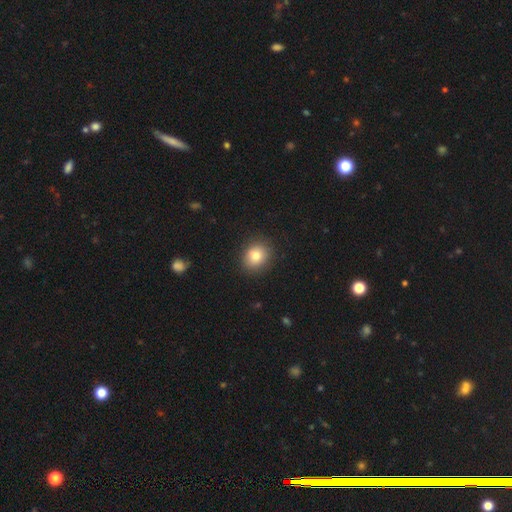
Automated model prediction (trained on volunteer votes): Smooth or featured? smooth (81%)
How rounded? round (70%)
Merging? none (88%)